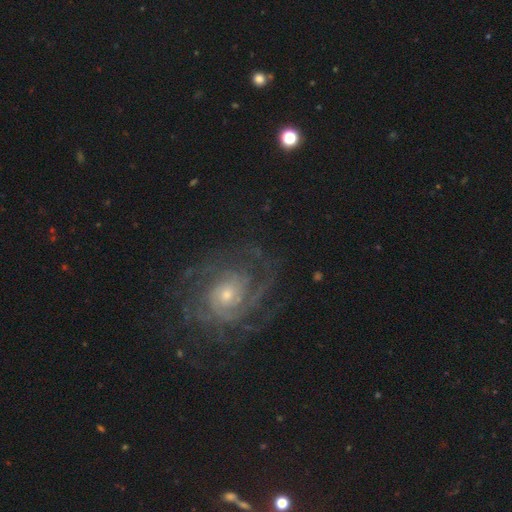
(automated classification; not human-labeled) Q: Smooth or featured?
A: featured or disk (74%); runner-up: star or artifact (16%)
Q: Edge-on disk?
A: no (97%); runner-up: yes (3%)
Q: Bar?
A: no (70%); runner-up: weak (23%)
Q: Spiral arms?
A: yes (94%); runner-up: no (6%)
Q: Spiral winding?
A: tight (67%); runner-up: medium (26%)
Q: Spiral arm count?
A: can't tell (36%); runner-up: 2 (22%)
Q: Bulge size?
A: small (52%); runner-up: moderate (40%)
Q: Merging?
A: none (78%); runner-up: minor disturbance (13%)